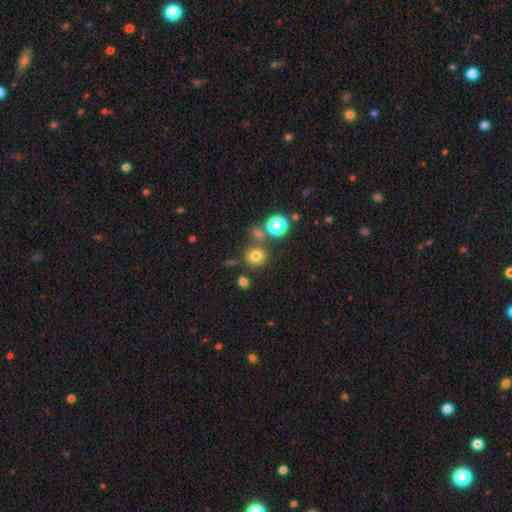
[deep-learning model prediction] Overall: smooth (73%). How rounded: round (85%). Merging: none (73%).